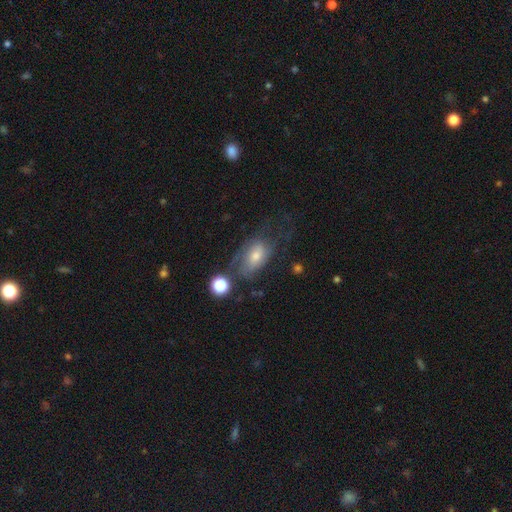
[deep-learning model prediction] featured or disk 45%, smooth 43%, star or artifact 11%. Down the decision tree: merging — none (37%).